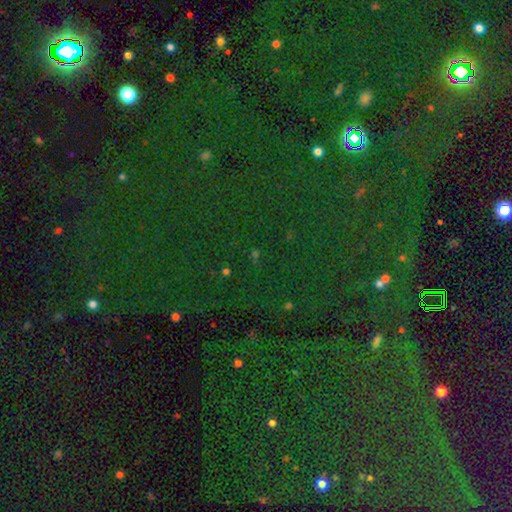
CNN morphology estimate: A star or artifact, not a galaxy (82%).

Vote fractions:
- Smooth or featured? star or artifact: 82% / smooth: 11% / featured or disk: 7%